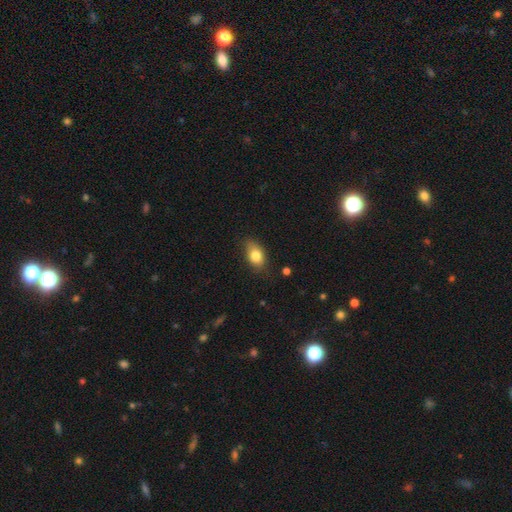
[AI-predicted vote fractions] Smooth or featured? Predicted: smooth (p=0.81). How rounded? Predicted: in between (p=0.84). Merging? Predicted: none (p=0.73).